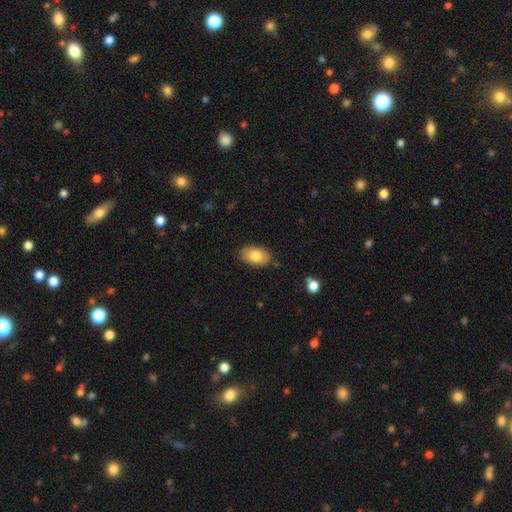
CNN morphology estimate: A smooth galaxy with no disk features (80%) that is in between round and cigar-shaped (91%). Merging: none (84%).